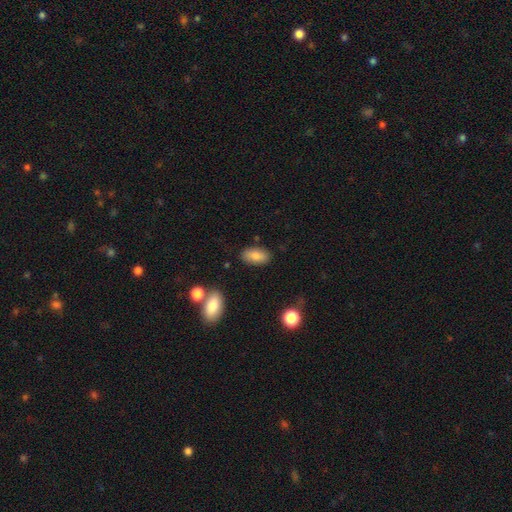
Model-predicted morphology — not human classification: Smooth or featured? smooth (81%)
How rounded? in between (92%)
Merging? none (84%)